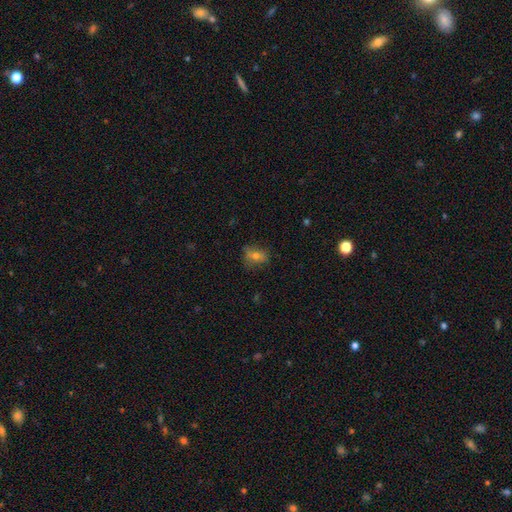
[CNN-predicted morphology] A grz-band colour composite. It shows a smooth galaxy with no disk features (59%) that is in between round and cigar-shaped (56%). Merging: none (70%).